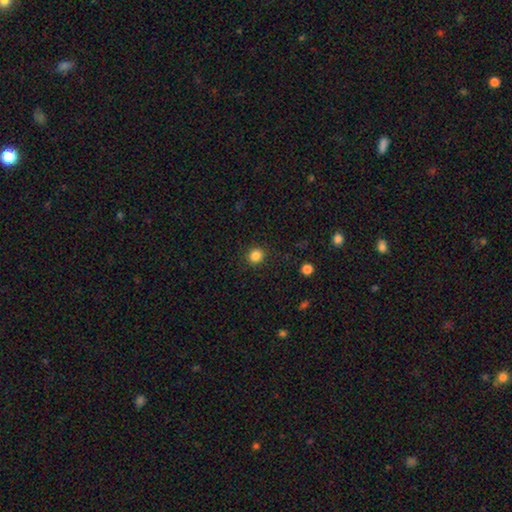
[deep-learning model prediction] This appears to be a smooth galaxy with no disk features (84%) that is round (89%). Merging: none (90%).